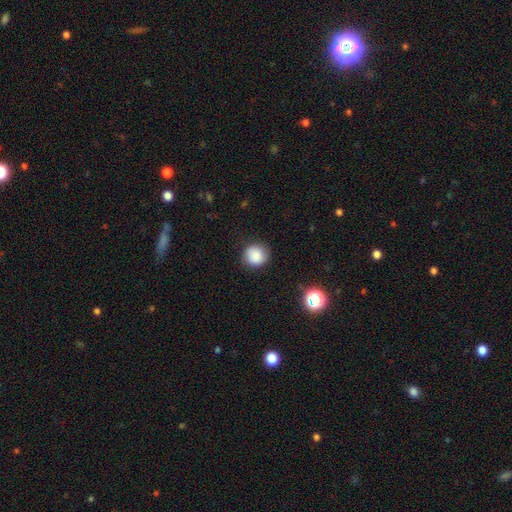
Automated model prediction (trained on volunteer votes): Smooth or featured?
  - smooth: 84% *
  - star or artifact: 10%
  - featured or disk: 7%
How rounded?
  - round: 91% *
  - in between: 8%
  - cigar-shaped: 1%
Merging?
  - none: 85% *
  - minor disturbance: 11%
  - major disturbance: 3%
  - merger: 1%